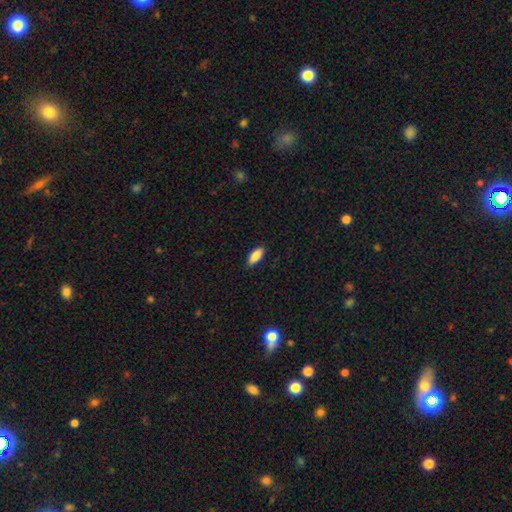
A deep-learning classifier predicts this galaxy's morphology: This appears to be a smooth galaxy with no disk features (87%) that is in between round and cigar-shaped (81%). Merging: none (88%).